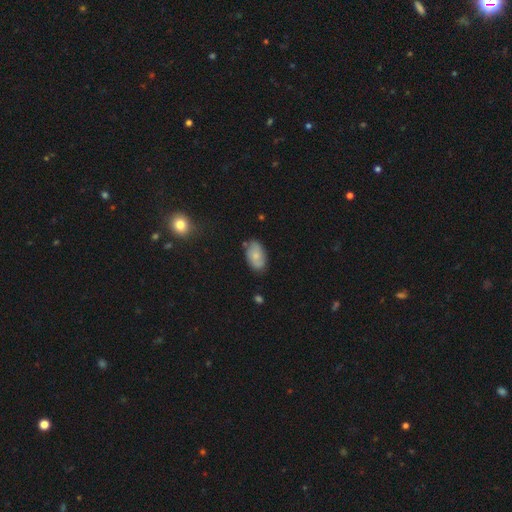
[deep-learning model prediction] smooth 66%, featured or disk 26%, star or artifact 7%. Down the decision tree: how rounded — in between (92%); merging — none (73%).